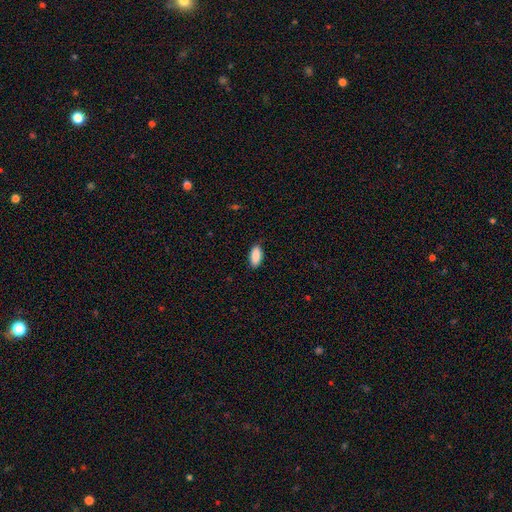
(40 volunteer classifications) Morphology: type=smooth (92%); roundness=in between (70%); merging=none (79%).